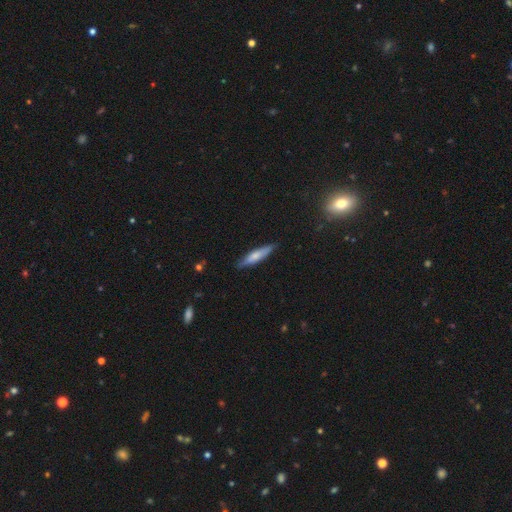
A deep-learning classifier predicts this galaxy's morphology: smooth 59%, featured or disk 35%, star or artifact 6%. Down the decision tree: how rounded — cigar-shaped (84%); merging — none (85%).